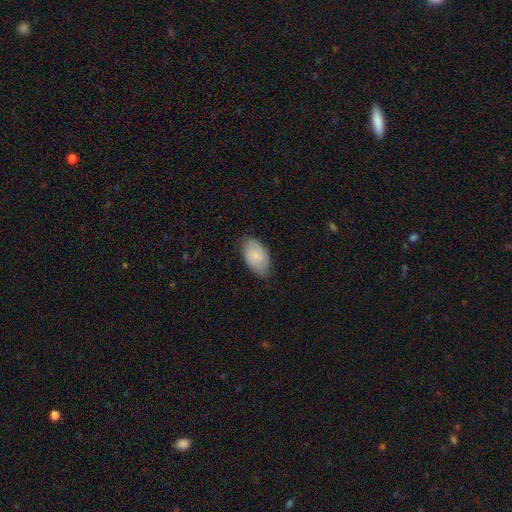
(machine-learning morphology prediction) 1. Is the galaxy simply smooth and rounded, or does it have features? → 69% smooth, 25% featured or disk, 6% star or artifact.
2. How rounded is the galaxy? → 94% in between, 5% round, 2% cigar-shaped.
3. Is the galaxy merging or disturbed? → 72% none, 22% minor disturbance, 4% major disturbance, 1% merger.